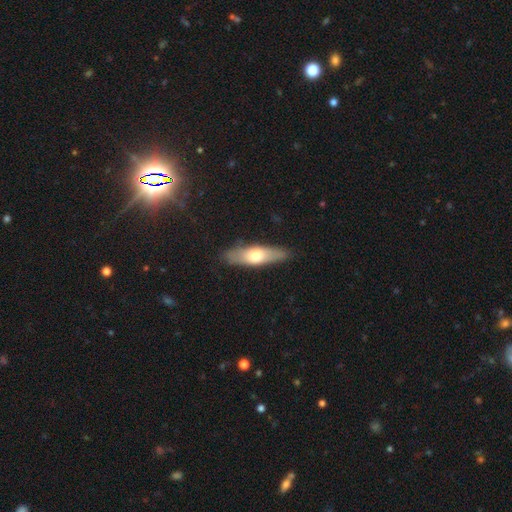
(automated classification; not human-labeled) Smooth or featured?
  - smooth: 59% *
  - featured or disk: 36%
  - star or artifact: 5%
How rounded?
  - cigar-shaped: 58% *
  - in between: 39%
  - round: 2%
Merging?
  - none: 85% *
  - minor disturbance: 11%
  - major disturbance: 2%
  - merger: 1%